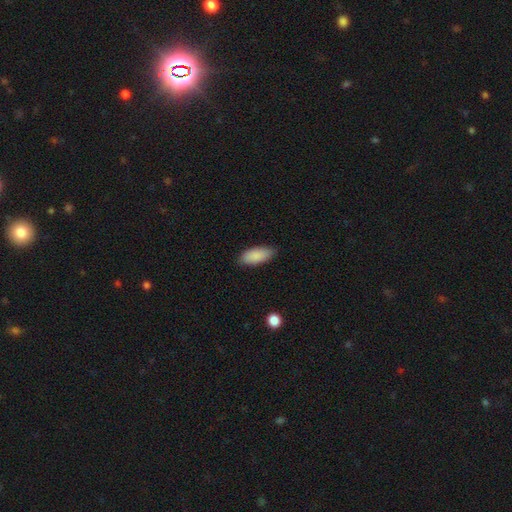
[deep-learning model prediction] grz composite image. It shows a smooth galaxy with no disk features (89%) that is in between round and cigar-shaped (85%). Merging: none (84%).